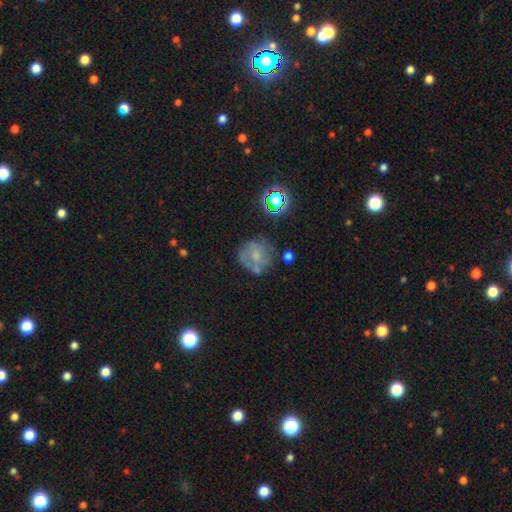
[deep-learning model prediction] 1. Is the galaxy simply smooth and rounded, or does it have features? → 45% smooth, 37% featured or disk, 17% star or artifact.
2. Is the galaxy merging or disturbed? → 56% none, 22% minor disturbance, 12% major disturbance, 10% merger.